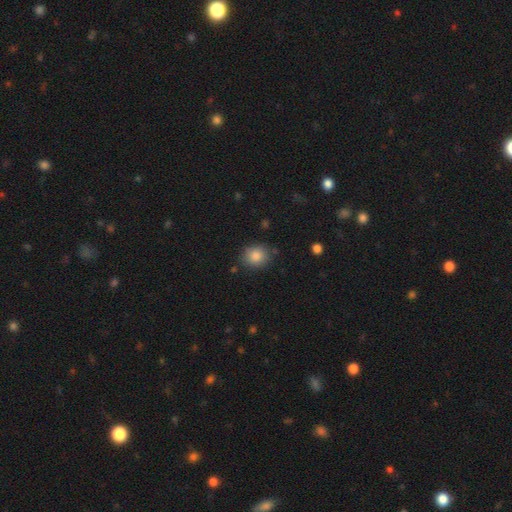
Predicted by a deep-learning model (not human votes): This appears to be a smooth galaxy with no disk features (86%) that is round (71%). Merging: none (80%).